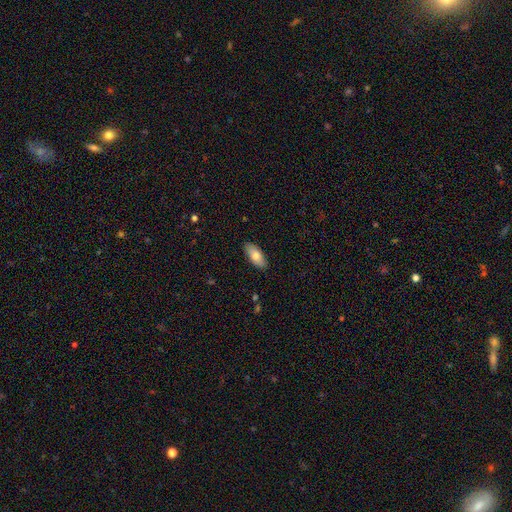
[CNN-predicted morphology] smooth-or-featured: smooth: 80% | featured or disk: 14% | star or artifact: 6%
  how-rounded: in between: 87% | cigar-shaped: 10% | round: 2%
  merging: none: 88% | minor disturbance: 9% | major disturbance: 2% | merger: 1%